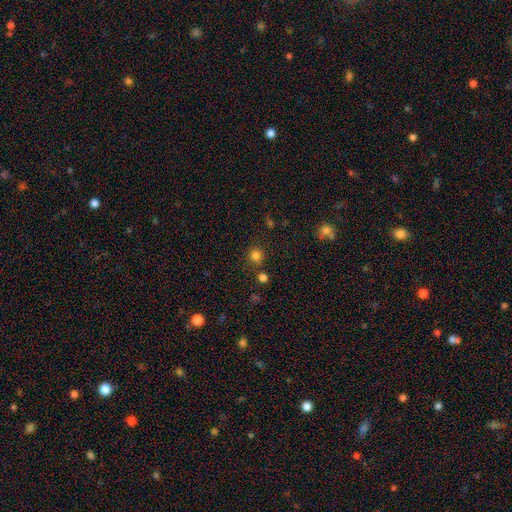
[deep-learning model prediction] Q: Smooth or featured?
A: smooth (79%); runner-up: star or artifact (16%)
Q: How rounded?
A: round (92%); runner-up: in between (7%)
Q: Merging?
A: none (80%); runner-up: minor disturbance (9%)